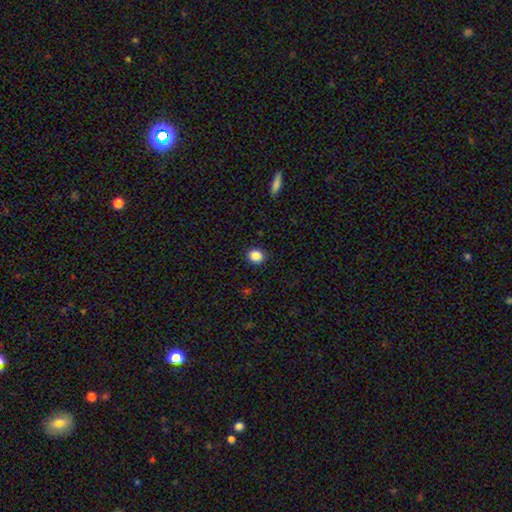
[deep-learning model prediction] The model was most divided on "how rounded": round: 79%, in between: 20%, cigar-shaped: 1%. More confident: merging — none (90%); smooth or featured — smooth (87%).